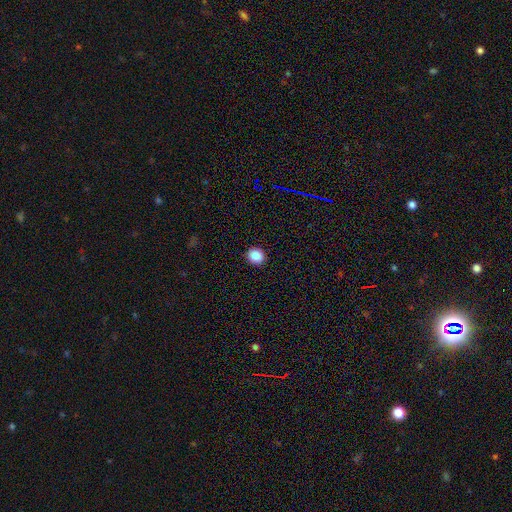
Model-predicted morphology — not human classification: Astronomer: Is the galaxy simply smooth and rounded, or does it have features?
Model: smooth — 88%.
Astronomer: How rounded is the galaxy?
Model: round — 88%.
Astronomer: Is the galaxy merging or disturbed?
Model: none — 92%.